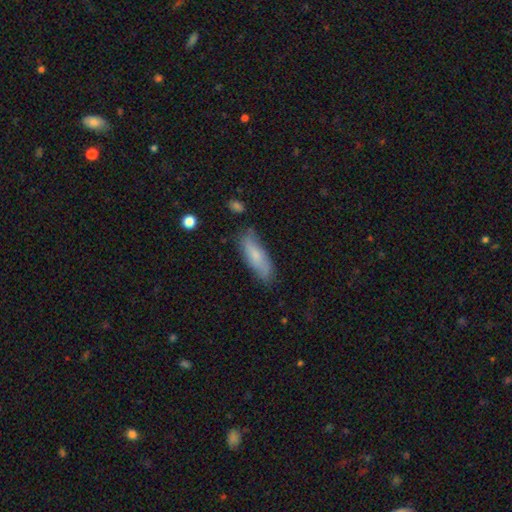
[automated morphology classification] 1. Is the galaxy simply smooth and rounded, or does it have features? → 68% smooth, 26% featured or disk, 7% star or artifact.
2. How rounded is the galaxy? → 53% in between, 45% cigar-shaped, 2% round.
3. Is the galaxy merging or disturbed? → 70% none, 23% minor disturbance, 4% major disturbance, 2% merger.